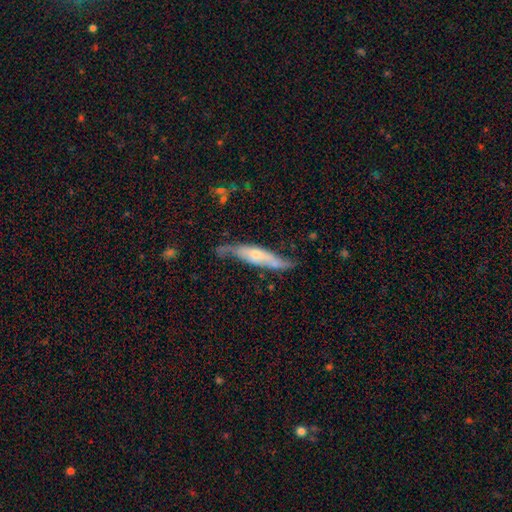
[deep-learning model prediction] A featured or disk galaxy (68%) viewed edge-on (55%). Merging: none (62%).